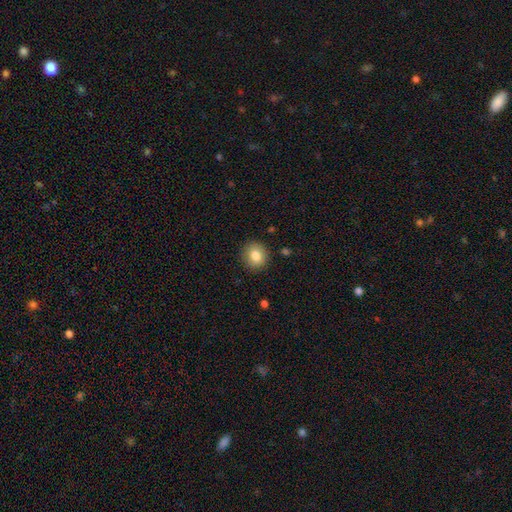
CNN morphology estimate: Smooth or featured?
  - smooth: 82% *
  - star or artifact: 9%
  - featured or disk: 9%
How rounded?
  - round: 81% *
  - in between: 18%
  - cigar-shaped: 1%
Merging?
  - none: 89% *
  - minor disturbance: 8%
  - major disturbance: 2%
  - merger: 1%